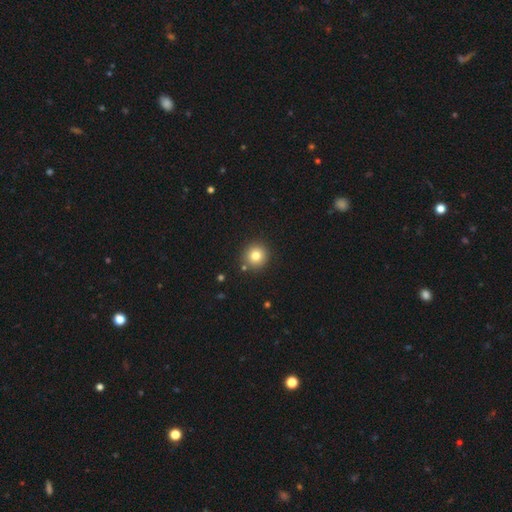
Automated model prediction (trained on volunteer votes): Smooth or featured? Predicted: smooth (p=0.80). How rounded? Predicted: round (p=0.94). Merging? Predicted: none (p=0.88).